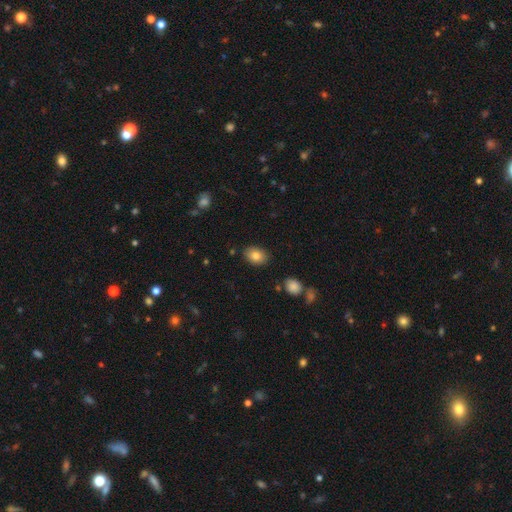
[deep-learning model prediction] Smooth or featured?
  - smooth: 82% *
  - featured or disk: 9%
  - star or artifact: 8%
How rounded?
  - in between: 75% *
  - round: 24%
  - cigar-shaped: 1%
Merging?
  - none: 85% *
  - minor disturbance: 10%
  - major disturbance: 2%
  - merger: 2%